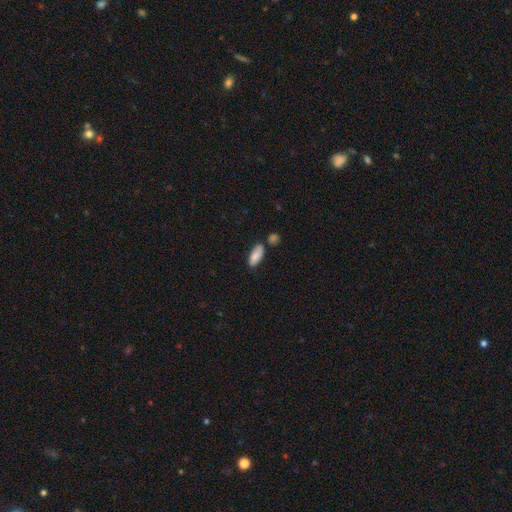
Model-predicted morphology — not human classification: smooth-or-featured: smooth: 85% | featured or disk: 9% | star or artifact: 6%
  how-rounded: in between: 82% | cigar-shaped: 16% | round: 2%
  merging: none: 69% | minor disturbance: 17% | merger: 10% | major disturbance: 4%